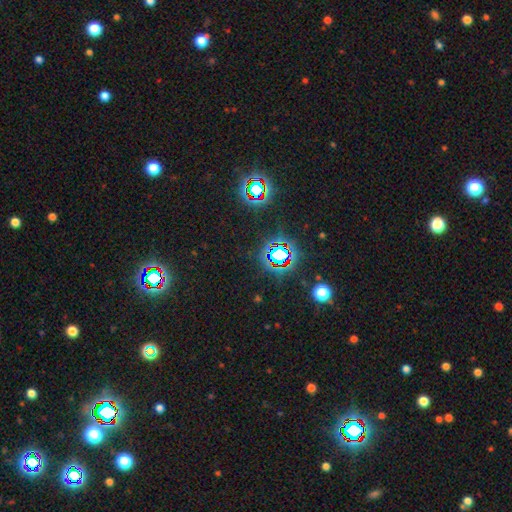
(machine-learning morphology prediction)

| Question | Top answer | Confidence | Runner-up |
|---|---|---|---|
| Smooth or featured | star or artifact | 81% | smooth (12%) |